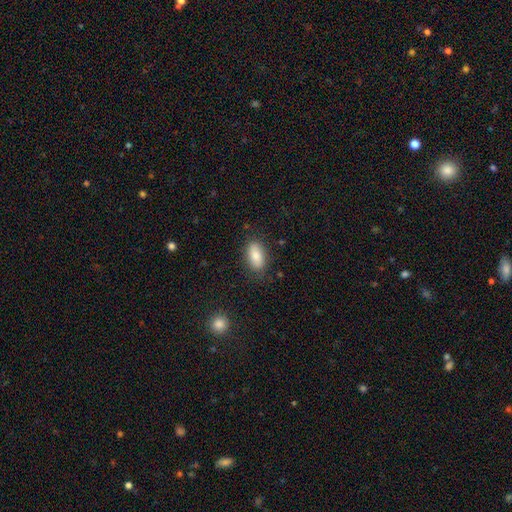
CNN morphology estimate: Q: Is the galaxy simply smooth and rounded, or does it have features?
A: smooth — 83%.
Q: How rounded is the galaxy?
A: in between — 90%.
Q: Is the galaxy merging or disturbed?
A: none — 82%.